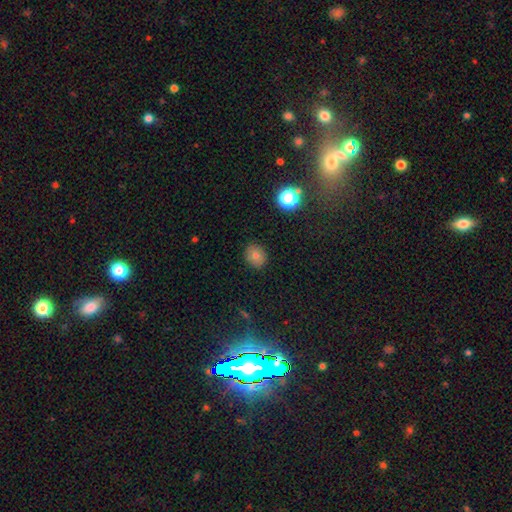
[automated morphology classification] Smooth or featured: smooth — 74% (star or artifact — 16%)
How rounded: round — 67% (in between — 32%)
Merging: none — 88% (minor disturbance — 9%)